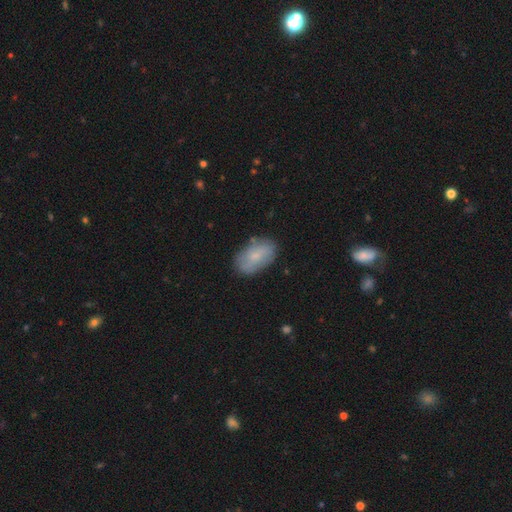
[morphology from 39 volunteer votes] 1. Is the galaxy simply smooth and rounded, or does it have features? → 77% smooth, 18% featured or disk, 5% star or artifact.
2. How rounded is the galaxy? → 93% in between, 7% round, 0% cigar-shaped.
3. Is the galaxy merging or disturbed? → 81% none, 16% minor disturbance, 3% major disturbance, 0% merger.